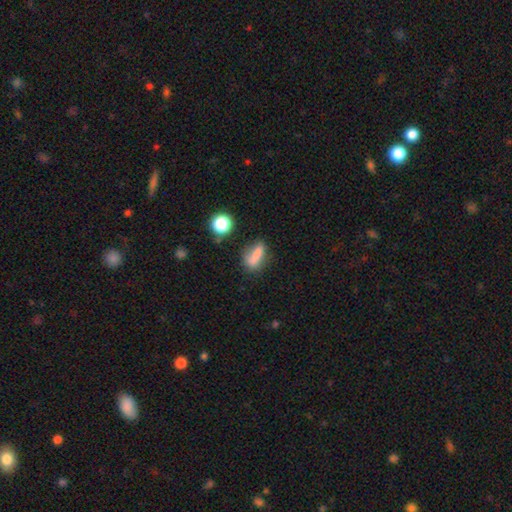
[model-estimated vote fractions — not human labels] Smooth or featured? smooth (74%)
How rounded? in between (56%)
Merging? none (57%)